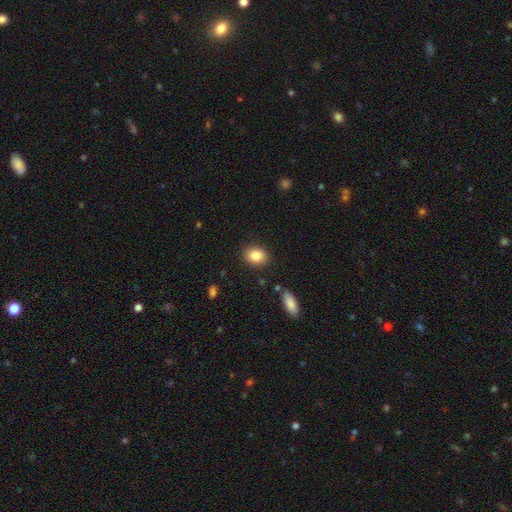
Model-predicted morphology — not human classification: smooth-or-featured: smooth: 85% | star or artifact: 8% | featured or disk: 7%
  how-rounded: in between: 58% | round: 41% | cigar-shaped: 1%
  merging: none: 87% | minor disturbance: 8% | major disturbance: 2% | merger: 2%